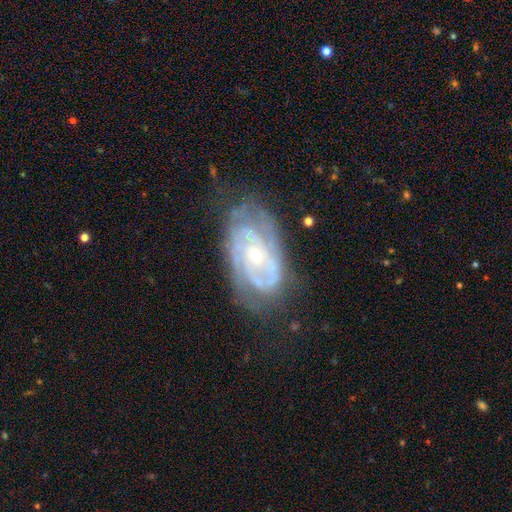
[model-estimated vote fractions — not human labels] Smooth or featured? Predicted: featured or disk (p=0.86). Edge-on disk? Predicted: no (p=0.95). Bar? Predicted: no (p=0.66). Spiral arms? Predicted: yes (p=0.94). Spiral winding? Predicted: tight (p=0.62). Spiral arm count? Predicted: 2 (p=0.36). Bulge size? Predicted: small (p=0.66). Merging? Predicted: none (p=0.67).